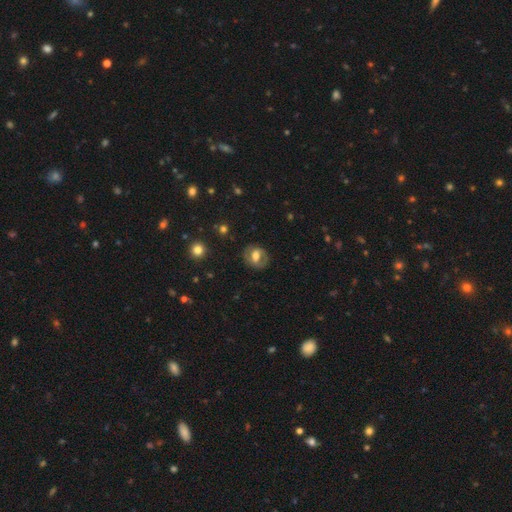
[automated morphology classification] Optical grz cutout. It shows a featured or disk galaxy (47%). Merging: none (78%).